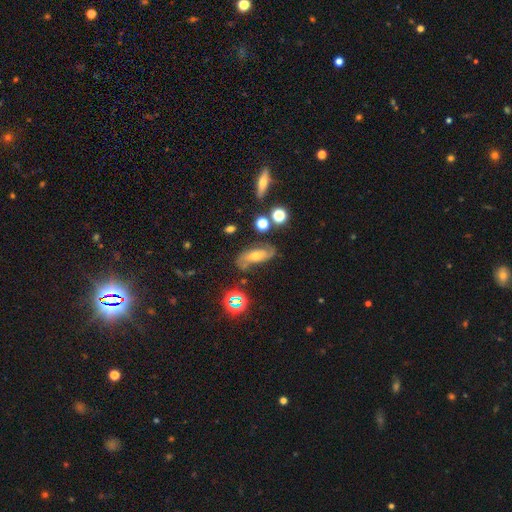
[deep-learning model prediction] smooth-or-featured: featured or disk: 57% | smooth: 26% | star or artifact: 16%
  disk-edge-on: no: 84% | yes: 16%
  merging: none: 65% | minor disturbance: 20% | major disturbance: 9% | merger: 6%